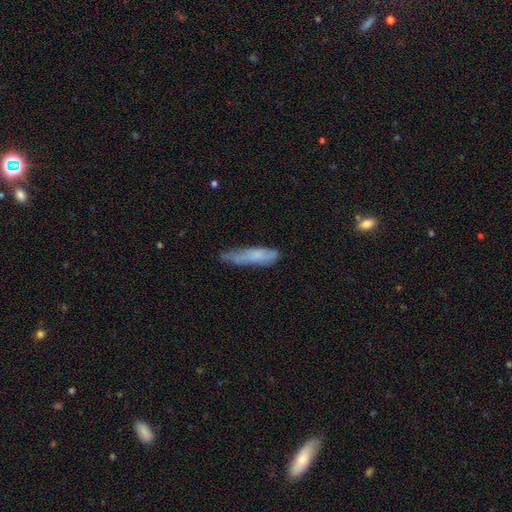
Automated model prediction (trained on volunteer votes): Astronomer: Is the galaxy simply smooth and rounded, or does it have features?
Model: smooth — 67%.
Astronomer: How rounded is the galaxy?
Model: cigar-shaped — 80%.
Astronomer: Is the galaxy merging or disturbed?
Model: none — 53% (runner-up: minor disturbance, 34%).